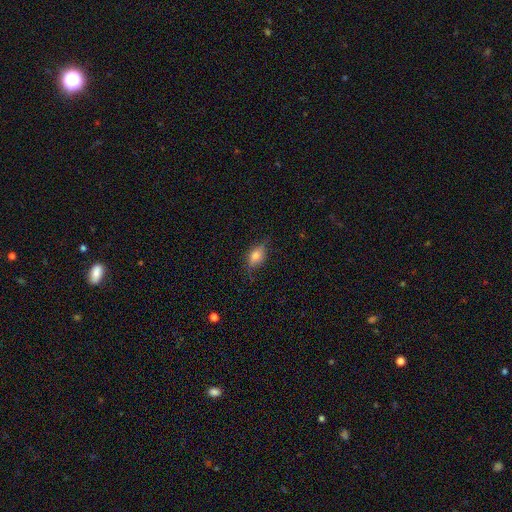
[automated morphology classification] smooth 59%, featured or disk 31%, star or artifact 10%. Down the decision tree: how rounded — in between (79%); merging — none (69%).